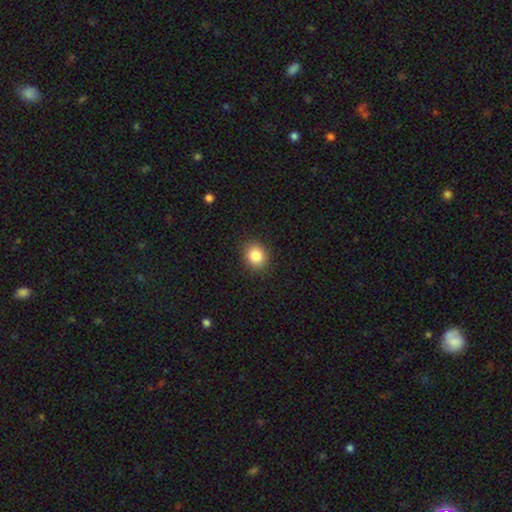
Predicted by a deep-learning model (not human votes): Smooth or featured?
  - smooth: 85% *
  - star or artifact: 10%
  - featured or disk: 5%
How rounded?
  - round: 70% *
  - in between: 29%
  - cigar-shaped: 1%
Merging?
  - none: 90% *
  - minor disturbance: 7%
  - major disturbance: 2%
  - merger: 1%